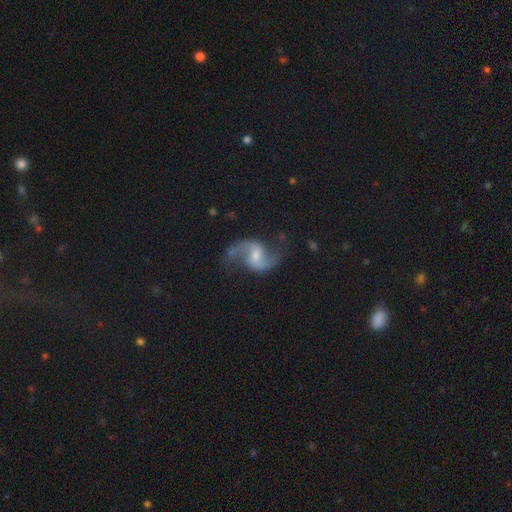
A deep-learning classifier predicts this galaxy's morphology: This is clearly a featured or disk galaxy (89%). It is clearly not viewed edge-on (98%). Bar: possibly weak (52%). Spiral arm pattern: clearly yes (97%). Spiral arm count: clearly 2 (94%). Spiral winding: likely loose (66%). Central bulge: possibly small (46%). Merging: likely none (77%).